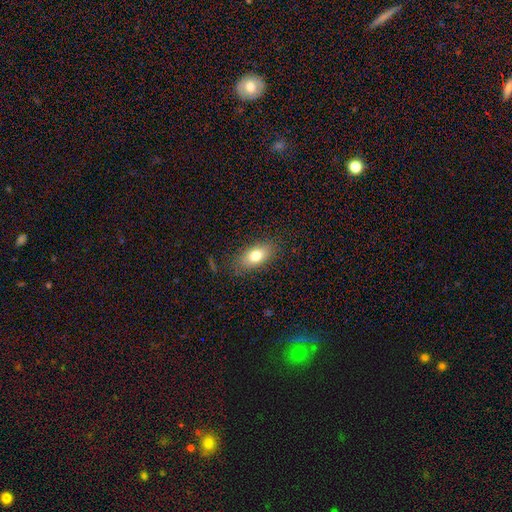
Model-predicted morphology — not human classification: A smooth galaxy with no disk features (76%) that is in between round and cigar-shaped (85%).

Vote fractions:
- Smooth or featured? smooth: 76% / featured or disk: 15% / star or artifact: 9%
- How rounded? in between: 85% / cigar-shaped: 8% / round: 7%
- Merging? none: 82% / minor disturbance: 13% / major disturbance: 4% / merger: 1%